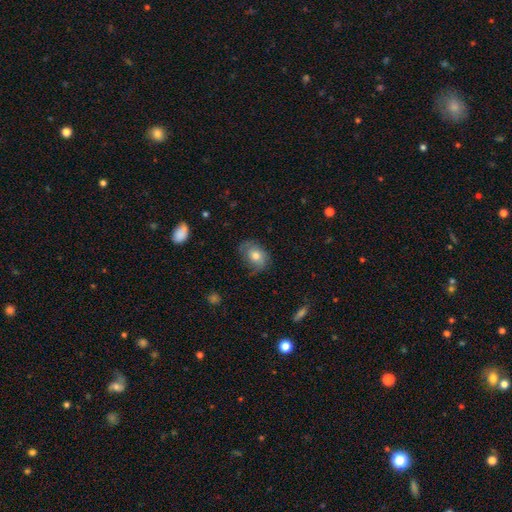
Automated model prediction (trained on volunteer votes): Smooth or featured? smooth (63%)
How rounded? in between (69%)
Merging? none (61%)